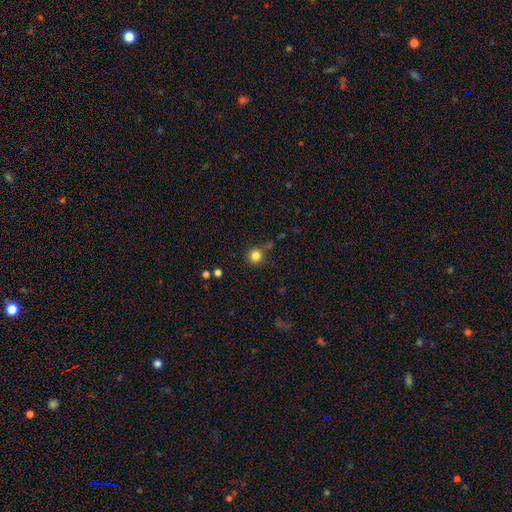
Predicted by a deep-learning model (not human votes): Q: Smooth or featured?
A: smooth (83%); runner-up: star or artifact (13%)
Q: How rounded?
A: round (95%); runner-up: in between (4%)
Q: Merging?
A: none (83%); runner-up: minor disturbance (9%)